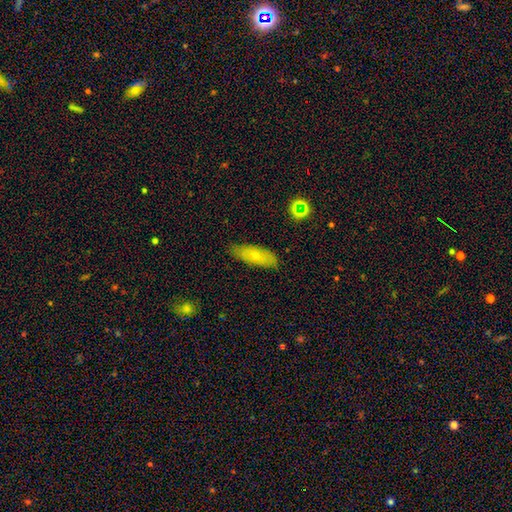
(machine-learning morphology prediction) smooth 66%, featured or disk 25%, star or artifact 8%. Down the decision tree: how rounded — in between (65%); merging — none (80%).